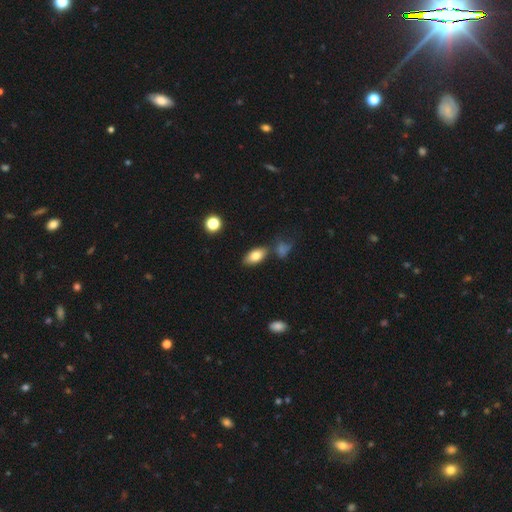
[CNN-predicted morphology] smooth 79%, featured or disk 13%, star or artifact 8%. Down the decision tree: how rounded — in between (90%); merging — none (75%).